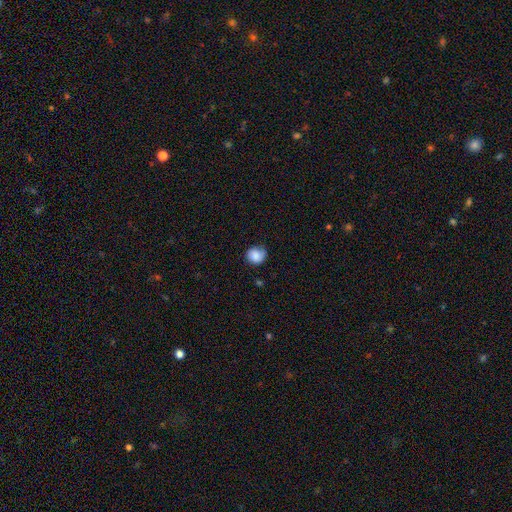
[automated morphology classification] The model was most divided on "merging": none: 66%, minor disturbance: 26%, major disturbance: 6%, merger: 2%. More confident: how rounded — round (82%); smooth or featured — smooth (80%).